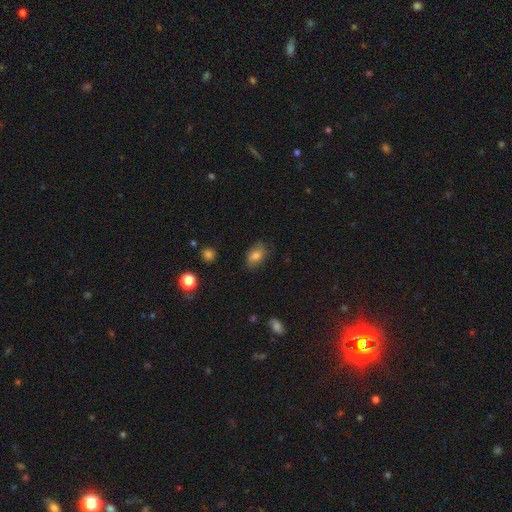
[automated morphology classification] A smooth galaxy with no disk features (71%) that is in between round and cigar-shaped (83%). Merging: none (73%).